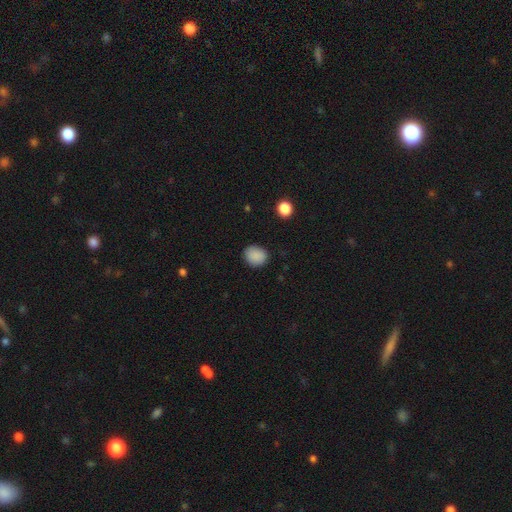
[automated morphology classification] Smooth or featured? Predicted: smooth (p=0.88). How rounded? Predicted: round (p=0.67). Merging? Predicted: none (p=0.86).